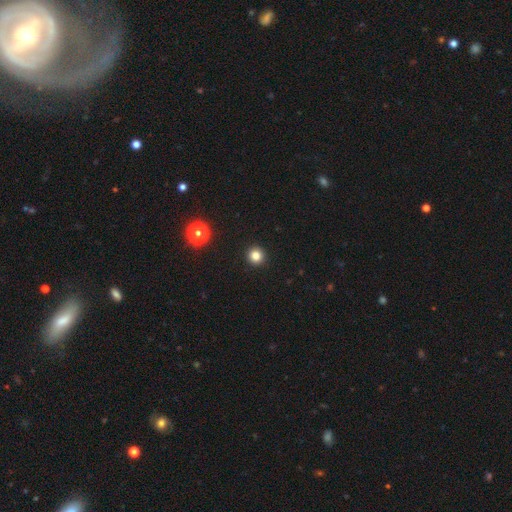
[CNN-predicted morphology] smooth-or-featured: smooth: 82% | star or artifact: 13% | featured or disk: 5%
  how-rounded: round: 95% | in between: 4% | cigar-shaped: 1%
  merging: none: 94% | minor disturbance: 4% | major disturbance: 1% | merger: 1%